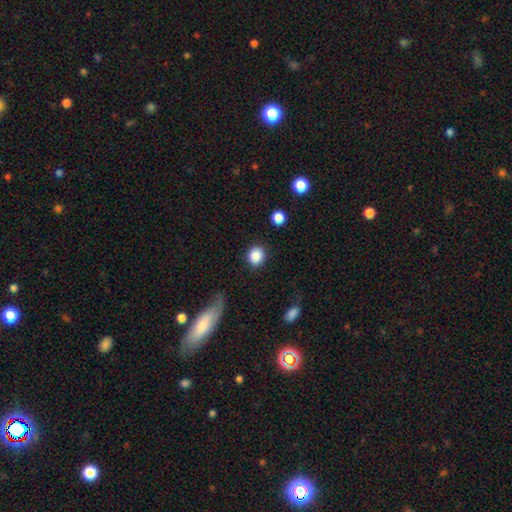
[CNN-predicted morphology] smooth-or-featured: smooth: 88% | star or artifact: 8% | featured or disk: 4%
  how-rounded: round: 75% | in between: 24% | cigar-shaped: 1%
  merging: none: 85% | minor disturbance: 9% | major disturbance: 3% | merger: 2%